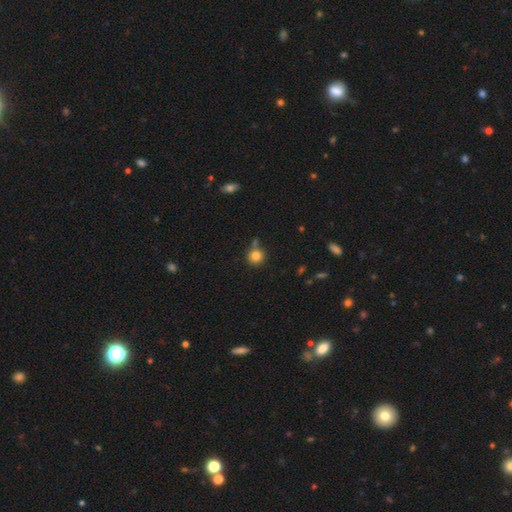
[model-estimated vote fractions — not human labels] A smooth galaxy with no disk features (84%) that is round (92%).

Vote fractions:
- Smooth or featured? smooth: 84% / star or artifact: 11% / featured or disk: 5%
- How rounded? round: 92% / in between: 7% / cigar-shaped: 1%
- Merging? none: 73% / merger: 13% / minor disturbance: 11% / major disturbance: 3%